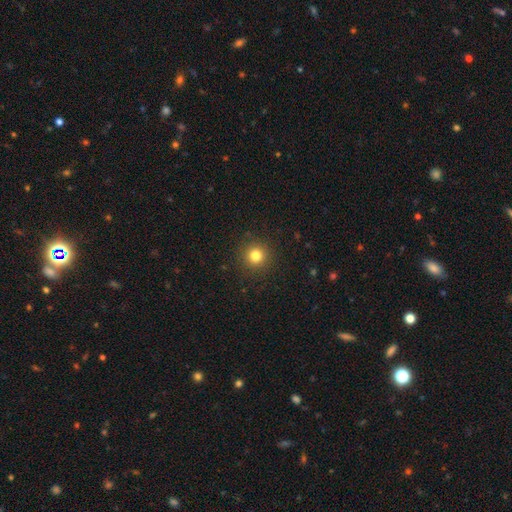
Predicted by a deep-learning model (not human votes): smooth_or_featured: smooth (p=0.80) [alt: star or artifact p=0.14]
how_rounded: round (p=0.95) [alt: in between p=0.04]
merging: none (p=0.91) [alt: minor disturbance p=0.05]